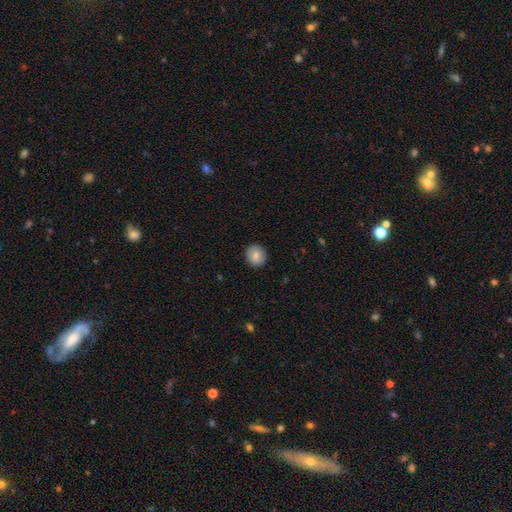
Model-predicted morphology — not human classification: smooth_or_featured: smooth (p=0.83) [alt: featured or disk p=0.09]
how_rounded: round (p=0.88) [alt: in between p=0.11]
merging: none (p=0.91) [alt: minor disturbance p=0.07]